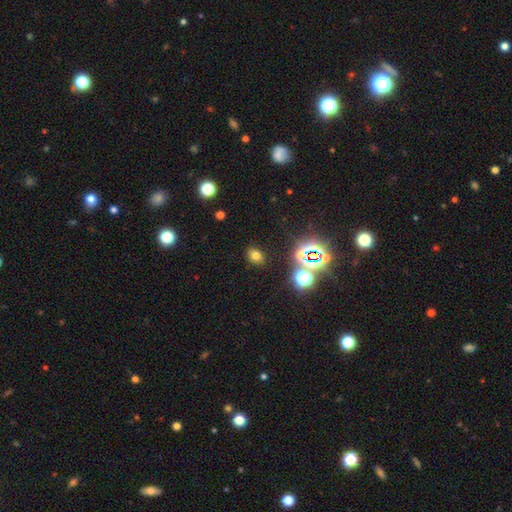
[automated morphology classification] This appears to be a smooth galaxy with no disk features (67%) that is in between round and cigar-shaped (56%). Merging: none (86%).